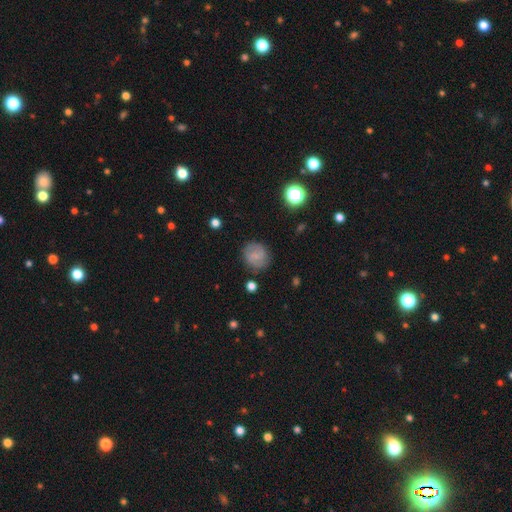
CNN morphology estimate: Overall: featured or disk (47%; smooth 43%). Merging: none (81%).